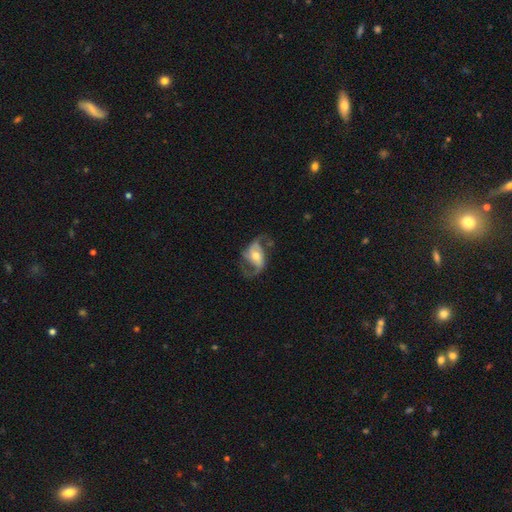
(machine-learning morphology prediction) This appears to be a featured or disk galaxy (81%) with no bar (38%), 2 (87%) loose (55%) spiral arms (92%) and a moderate central bulge (58%). Merging: none (60%).